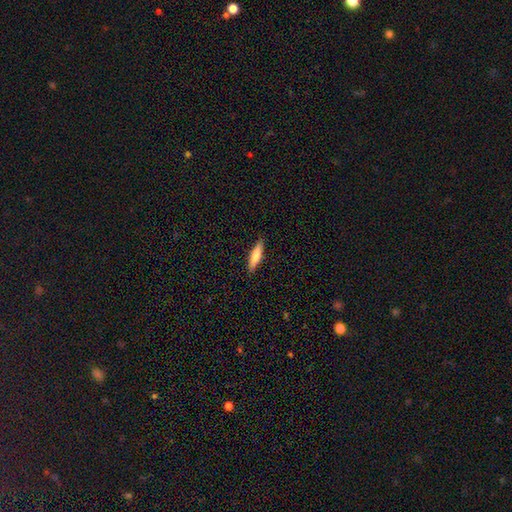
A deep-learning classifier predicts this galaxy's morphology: A smooth galaxy with no disk features (69%) that is cigar-shaped (76%). Merging: none (89%).